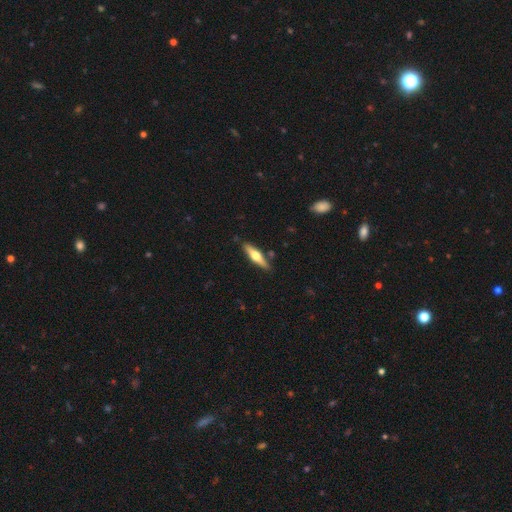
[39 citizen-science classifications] Smooth or featured? 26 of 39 (67%) said featured or disk. Edge-on disk? 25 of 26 (96%) said yes. Edge-on bulge? 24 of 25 (96%) said rounded. Merging? 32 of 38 (84%) said none.